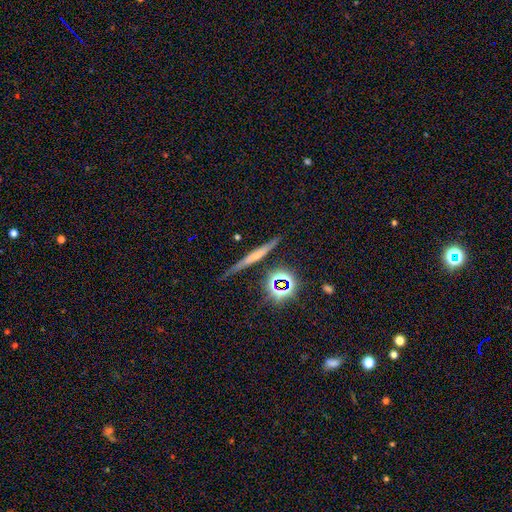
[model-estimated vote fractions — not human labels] Morphology: type=smooth (43%); merging=none (78%).